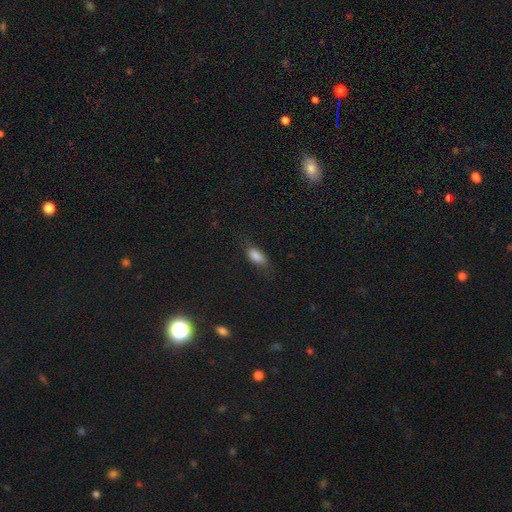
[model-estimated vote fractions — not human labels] Smooth or featured? Predicted: smooth (p=0.81). How rounded? Predicted: in between (p=0.83). Merging? Predicted: none (p=0.68).